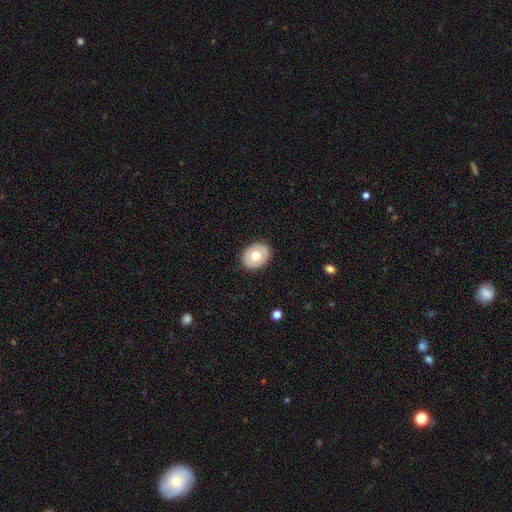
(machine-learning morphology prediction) Q: Smooth or featured?
A: smooth (57%); runner-up: featured or disk (38%)
Q: How rounded?
A: round (51%); runner-up: in between (48%)
Q: Merging?
A: none (88%); runner-up: minor disturbance (9%)